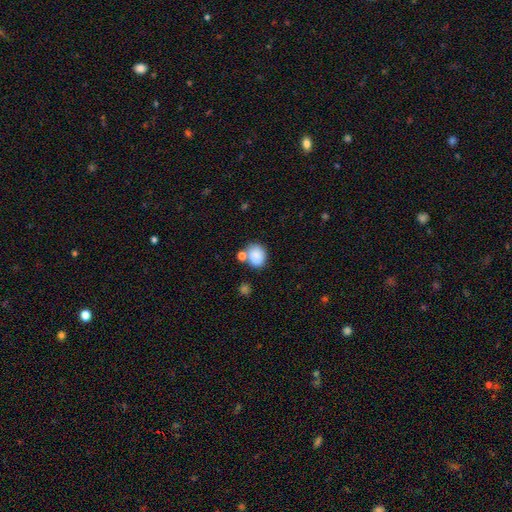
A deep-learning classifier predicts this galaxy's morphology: type=smooth (84%); roundness=round (58%); merging=none (60%).